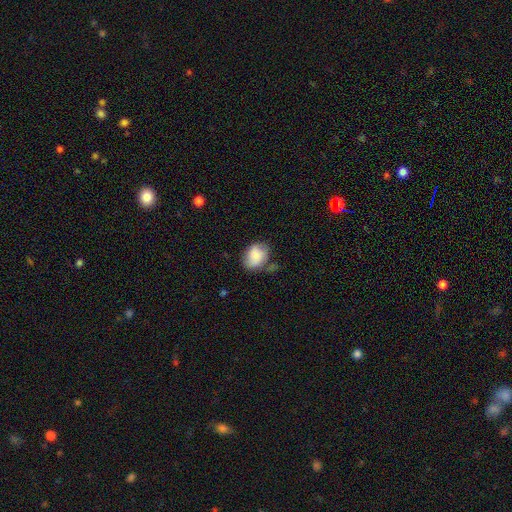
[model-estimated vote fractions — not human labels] Smooth or featured? Predicted: smooth (p=0.79). How rounded? Predicted: in between (p=0.68). Merging? Predicted: none (p=0.52).